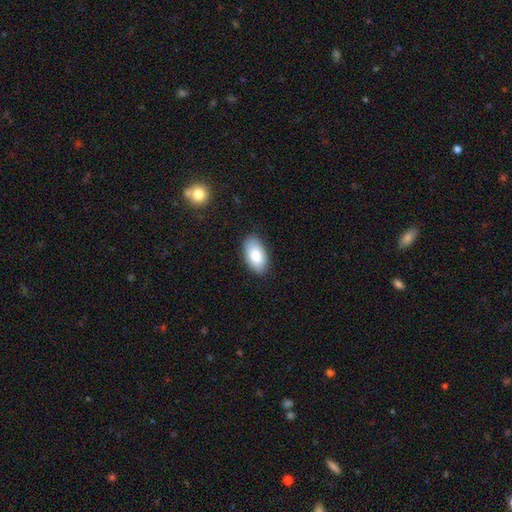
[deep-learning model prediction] The model was most divided on "smooth or featured": smooth: 83%, featured or disk: 10%, star or artifact: 6%. More confident: how rounded — in between (94%); merging — none (85%).